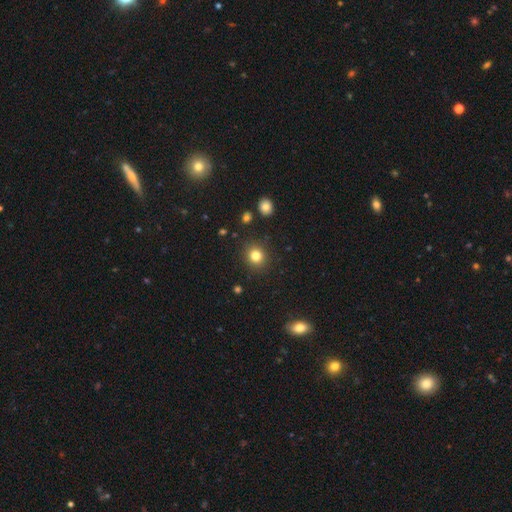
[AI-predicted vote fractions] Smooth or featured: smooth — 81% (star or artifact — 12%)
How rounded: round — 83% (in between — 16%)
Merging: none — 89% (minor disturbance — 7%)